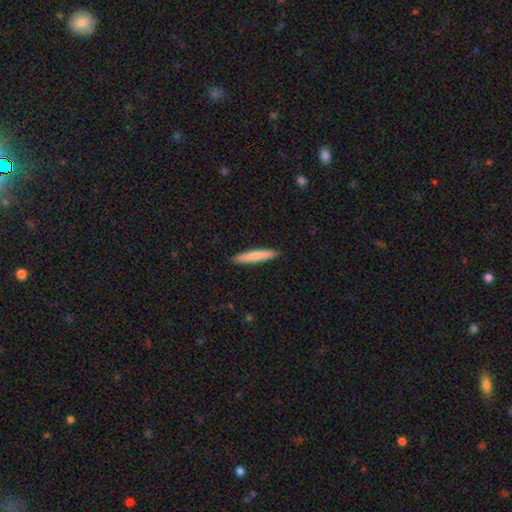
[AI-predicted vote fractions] A smooth galaxy with no disk features (78%) that is cigar-shaped (94%).

Vote fractions:
- Smooth or featured? smooth: 78% / featured or disk: 16% / star or artifact: 5%
- How rounded? cigar-shaped: 94% / in between: 5% / round: 1%
- Merging? none: 91% / minor disturbance: 6% / major disturbance: 1% / merger: 1%